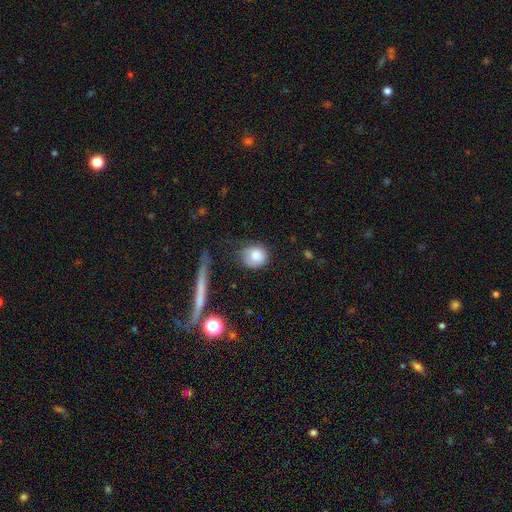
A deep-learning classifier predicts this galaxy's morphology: Overall: smooth (80%). How rounded: round (84%). Merging: none (66%).